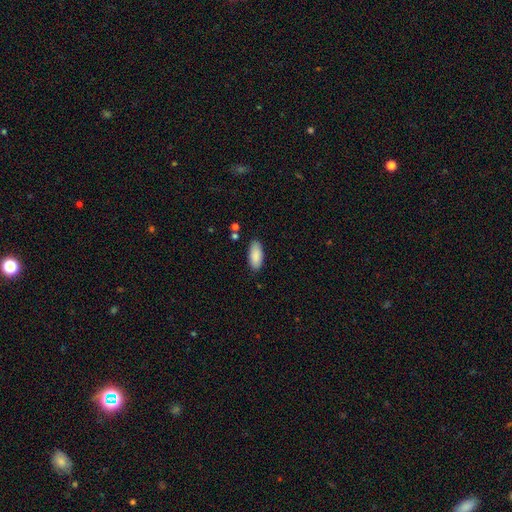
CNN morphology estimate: type=smooth (89%); roundness=in between (87%); merging=none (86%).